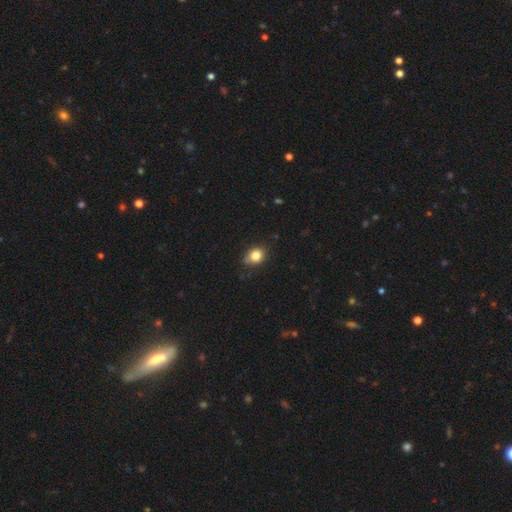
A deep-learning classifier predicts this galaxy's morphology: type=smooth (82%); roundness=in between (49%, tied with round); merging=none (74%).